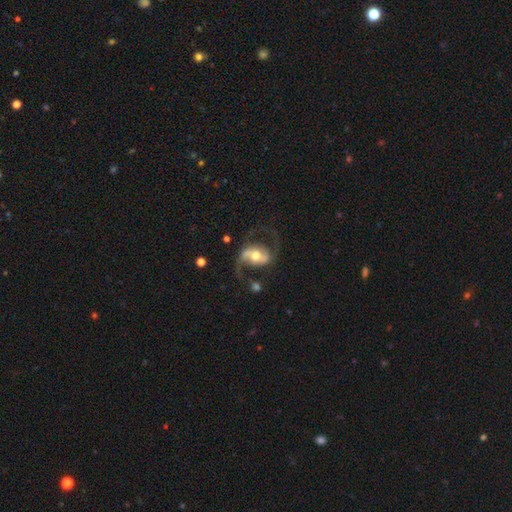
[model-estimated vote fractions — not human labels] Smooth or featured: featured or disk — 84% (smooth — 11%)
Edge-on disk: no — 97% (yes — 3%)
Bar: strong — 36% (weak — 35%)
Spiral arms: yes — 94% (no — 6%)
Spiral winding: loose — 57% (medium — 36%)
Spiral arm count: 2 — 91% (1 — 4%)
Bulge size: moderate — 69% (small — 19%)
Merging: none — 66% (major disturbance — 16%)